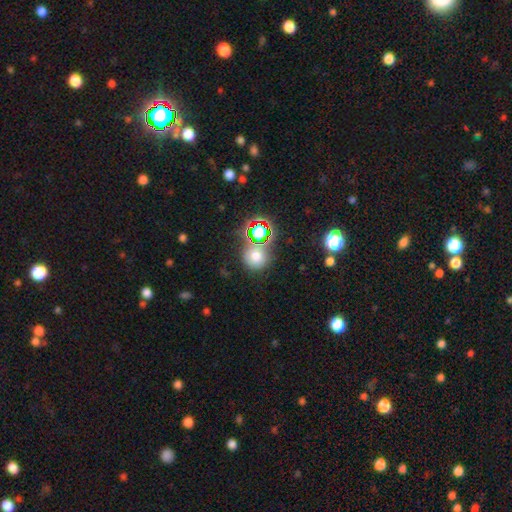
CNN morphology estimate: Smooth or featured?
  - smooth: 62% *
  - star or artifact: 29%
  - featured or disk: 9%
How rounded?
  - round: 84% *
  - in between: 14%
  - cigar-shaped: 1%
Merging?
  - none: 69% *
  - merger: 13%
  - minor disturbance: 12%
  - major disturbance: 6%